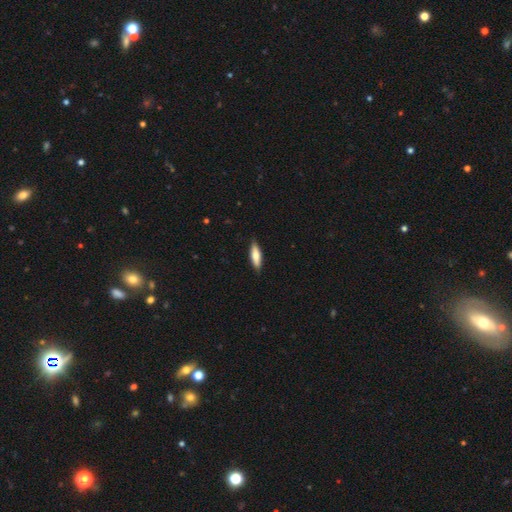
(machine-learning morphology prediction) A smooth galaxy with no disk features (70%) that is cigar-shaped (59%). Merging: none (87%).